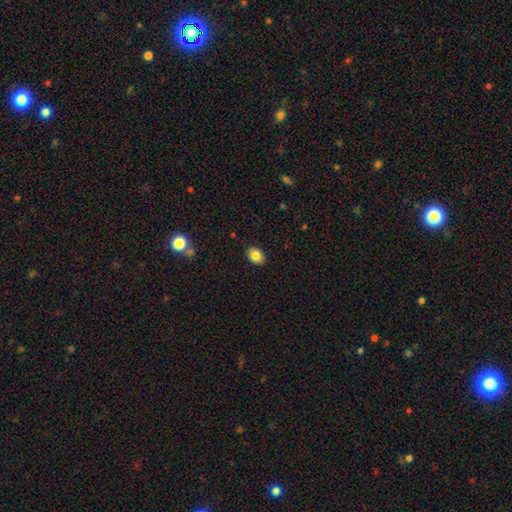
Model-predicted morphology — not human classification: type=smooth (83%); roundness=in between (72%); merging=none (88%).